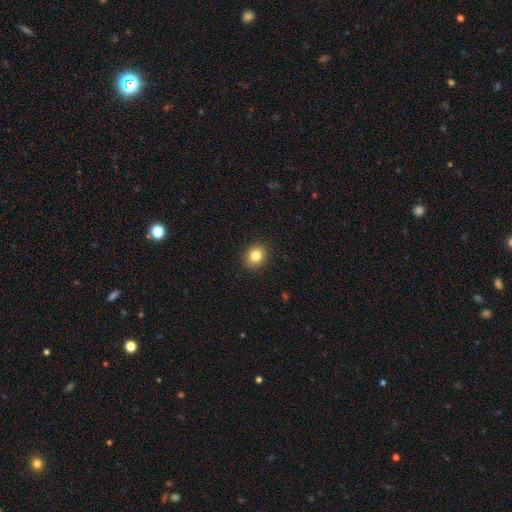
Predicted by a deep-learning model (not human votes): smooth_or_featured: smooth (p=0.83) [alt: star or artifact p=0.10]
how_rounded: round (p=0.62) [alt: in between p=0.37]
merging: none (p=0.91) [alt: minor disturbance p=0.06]